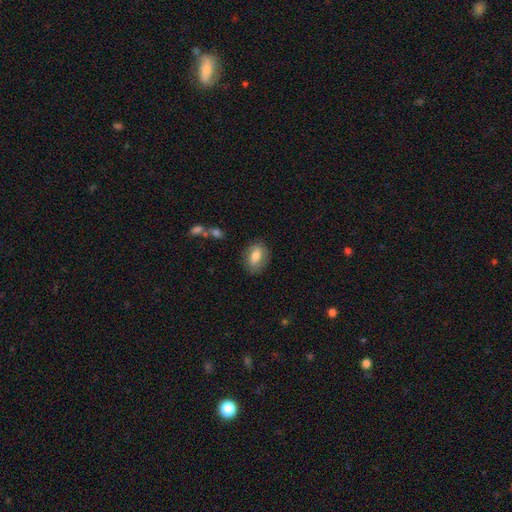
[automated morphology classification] A smooth galaxy with no disk features (72%) that is in between round and cigar-shaped (75%).

Vote fractions:
- Smooth or featured? smooth: 72% / featured or disk: 20% / star or artifact: 7%
- How rounded? in between: 75% / round: 22% / cigar-shaped: 2%
- Merging? none: 79% / minor disturbance: 15% / major disturbance: 4% / merger: 2%